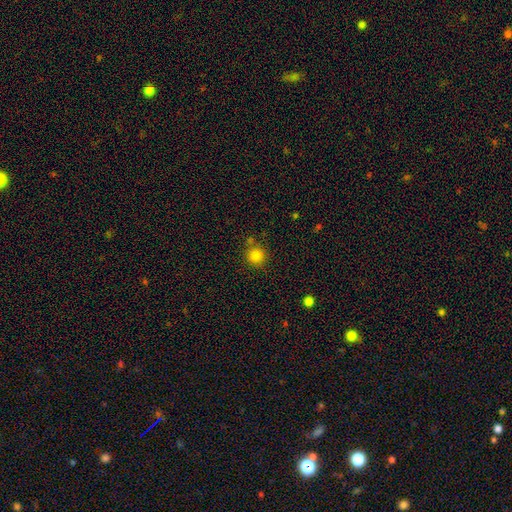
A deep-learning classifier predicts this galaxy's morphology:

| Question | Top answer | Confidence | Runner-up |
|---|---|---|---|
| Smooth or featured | smooth | 83% | star or artifact (12%) |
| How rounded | round | 93% | in between (6%) |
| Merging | none | 78% | minor disturbance (10%) |